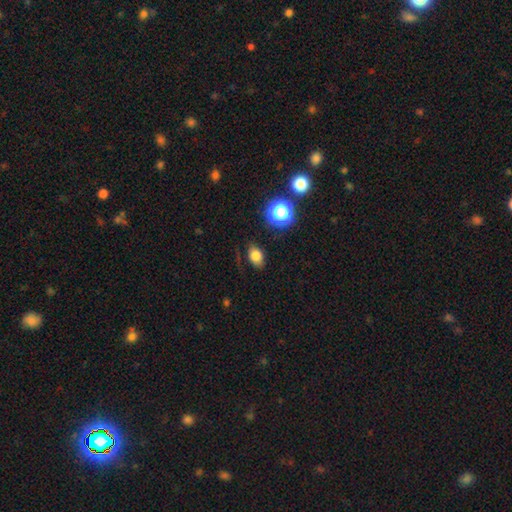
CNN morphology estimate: Overall: smooth (78%). How rounded: in between (76%). Merging: none (80%).